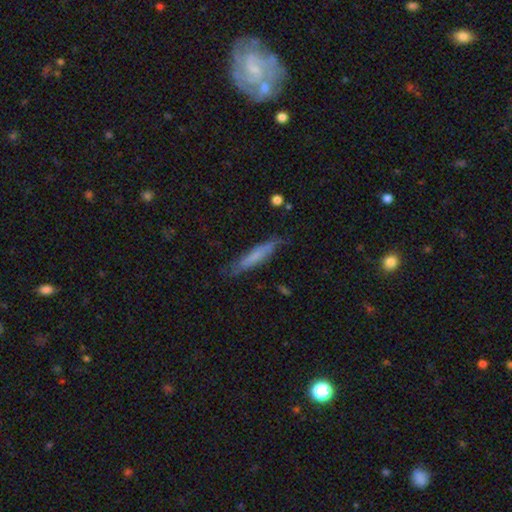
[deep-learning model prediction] smooth-or-featured: smooth: 62% | featured or disk: 32% | star or artifact: 7%
  how-rounded: cigar-shaped: 87% | in between: 12% | round: 2%
  merging: none: 74% | minor disturbance: 20% | major disturbance: 5% | merger: 2%